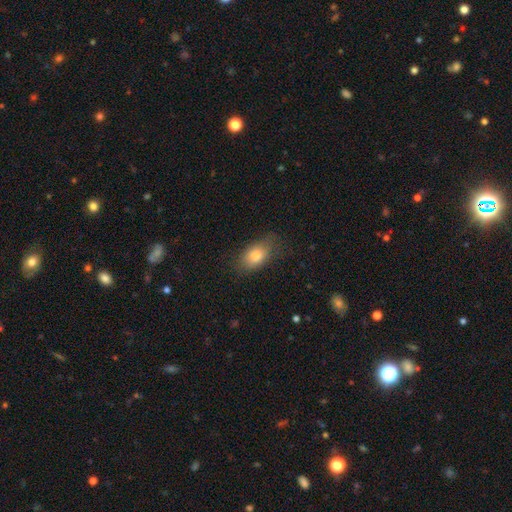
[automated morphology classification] This appears to be a smooth galaxy with no disk features (79%) that is in between round and cigar-shaped (86%). Merging: none (70%).